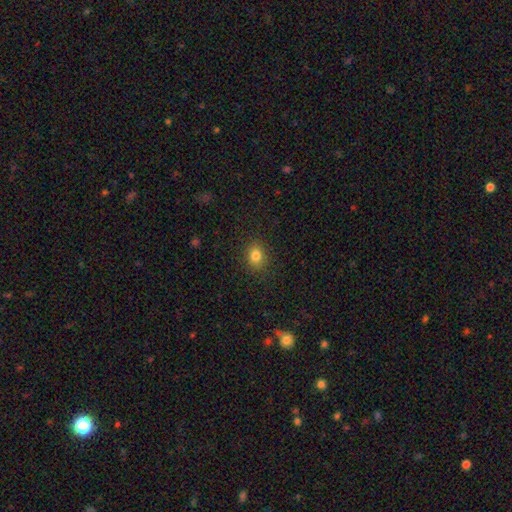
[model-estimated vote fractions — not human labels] smooth_or_featured: smooth (p=0.82) [alt: star or artifact p=0.12]
how_rounded: round (p=0.58) [alt: in between p=0.41]
merging: none (p=0.88) [alt: minor disturbance p=0.08]